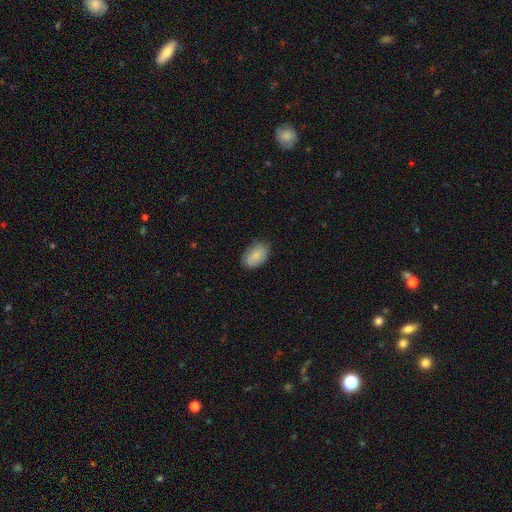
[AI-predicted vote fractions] Smooth or featured?
  - smooth: 78% *
  - featured or disk: 16%
  - star or artifact: 7%
How rounded?
  - in between: 90% *
  - round: 8%
  - cigar-shaped: 1%
Merging?
  - none: 76% *
  - minor disturbance: 19%
  - major disturbance: 4%
  - merger: 1%